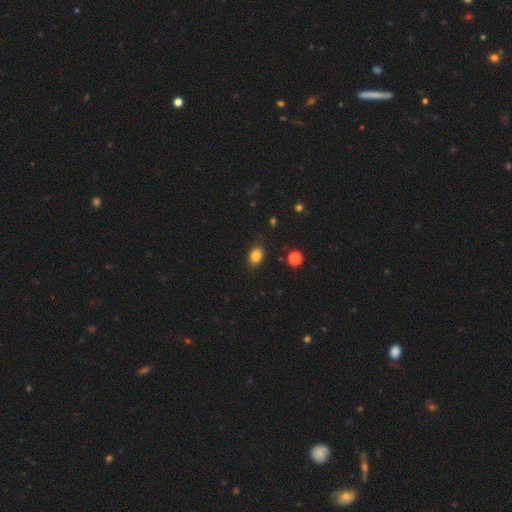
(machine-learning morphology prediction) Smooth or featured?
  - smooth: 84% *
  - star or artifact: 11%
  - featured or disk: 5%
How rounded?
  - in between: 69% *
  - round: 30%
  - cigar-shaped: 1%
Merging?
  - none: 83% *
  - minor disturbance: 12%
  - major disturbance: 3%
  - merger: 2%